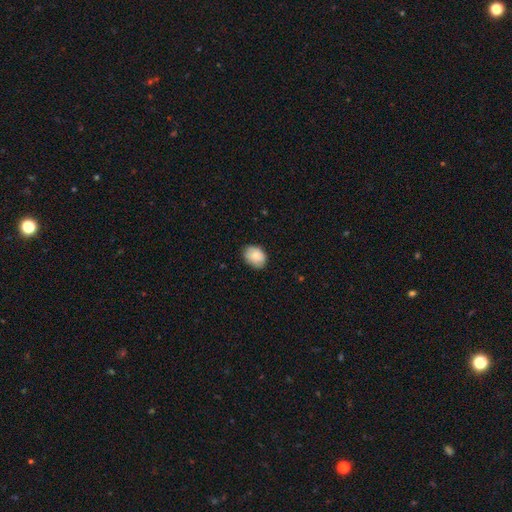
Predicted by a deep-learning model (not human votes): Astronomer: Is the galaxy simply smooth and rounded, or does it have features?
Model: smooth — 85%.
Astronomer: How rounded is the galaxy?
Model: in between — 68%.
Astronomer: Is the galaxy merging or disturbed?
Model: none — 81%.